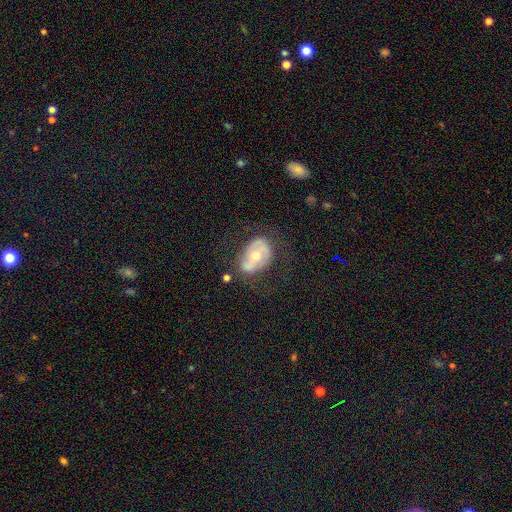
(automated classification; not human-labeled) This appears to be a featured or disk galaxy (64%) with no bar (55%), spiral arms (62%) and a moderate central bulge (59%). Merging: none (56%).